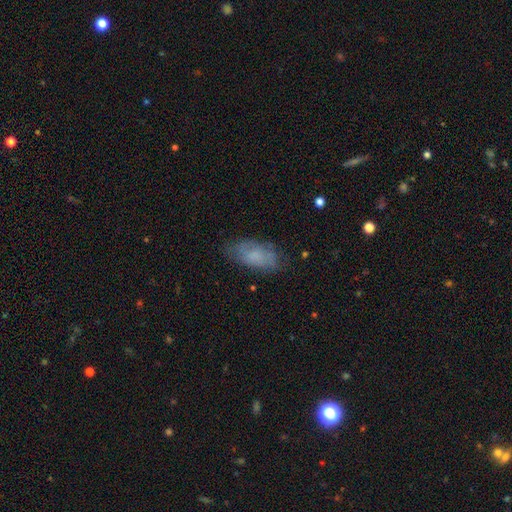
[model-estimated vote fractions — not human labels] smooth 67%, featured or disk 25%, star or artifact 9%. Down the decision tree: how rounded — in between (88%); merging — none (67%).